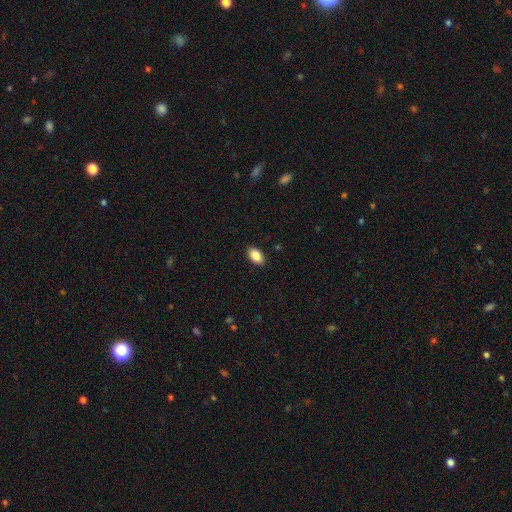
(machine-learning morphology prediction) smooth-or-featured: smooth: 86% | star or artifact: 7% | featured or disk: 7%
  how-rounded: in between: 93% | round: 6% | cigar-shaped: 2%
  merging: none: 89% | minor disturbance: 8% | major disturbance: 2% | merger: 1%